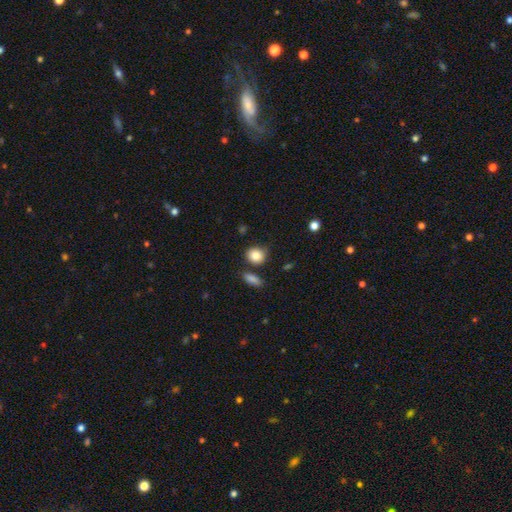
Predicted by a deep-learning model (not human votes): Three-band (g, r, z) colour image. It shows a smooth galaxy with no disk features (85%) that is round (66%). Merging: none (74%).